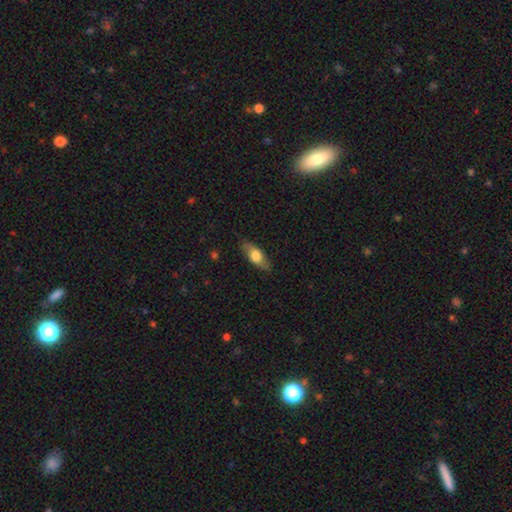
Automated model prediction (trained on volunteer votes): This is likely a smooth galaxy (63%). How rounded: likely in between (73%). Merging: clearly none (83%).